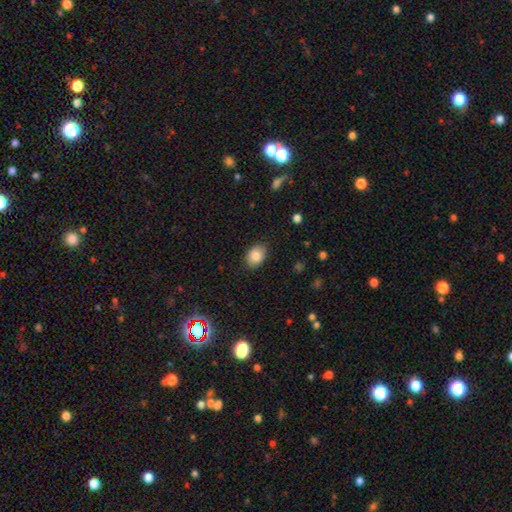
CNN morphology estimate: Smooth or featured: smooth — 84% (star or artifact — 8%)
How rounded: in between — 75% (round — 24%)
Merging: none — 84% (minor disturbance — 12%)